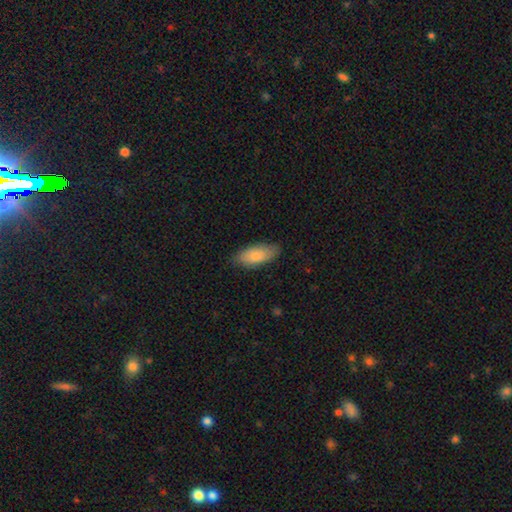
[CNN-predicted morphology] Overall: smooth (81%). How rounded: in between (87%). Merging: none (80%).